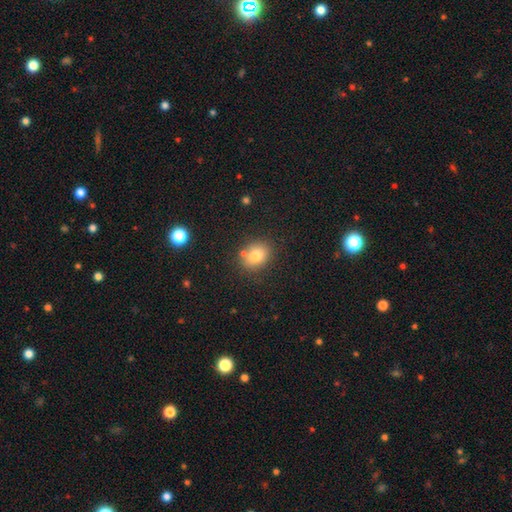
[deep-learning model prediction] A smooth galaxy with no disk features (77%) that is round (51%).

Vote fractions:
- Smooth or featured? smooth: 77% / star or artifact: 12% / featured or disk: 11%
- How rounded? round: 51% / in between: 48% / cigar-shaped: 1%
- Merging? none: 75% / minor disturbance: 13% / merger: 9% / major disturbance: 3%